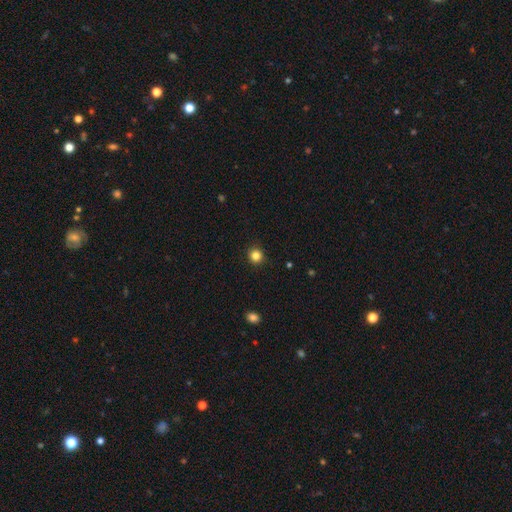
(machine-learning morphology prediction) type=smooth (84%); roundness=round (93%); merging=none (92%).